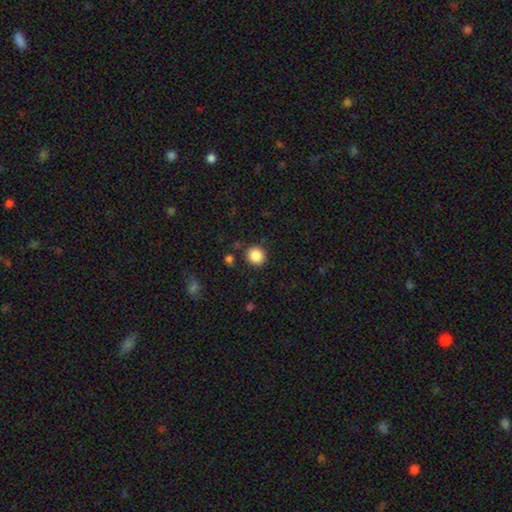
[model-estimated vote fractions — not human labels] smooth_or_featured: smooth (p=0.87) [alt: star or artifact p=0.09]
how_rounded: round (p=0.87) [alt: in between p=0.12]
merging: none (p=0.87) [alt: minor disturbance p=0.08]